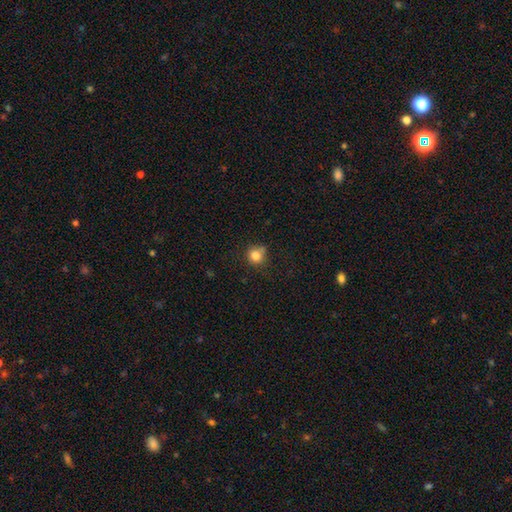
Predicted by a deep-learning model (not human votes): smooth 82%, star or artifact 12%, featured or disk 6%. Down the decision tree: how rounded — round (88%); merging — none (66%).